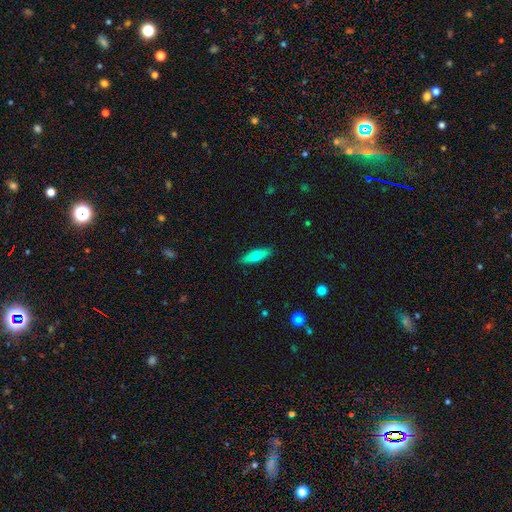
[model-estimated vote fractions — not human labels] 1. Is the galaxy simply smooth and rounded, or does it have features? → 63% smooth, 31% featured or disk, 6% star or artifact.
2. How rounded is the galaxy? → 68% cigar-shaped, 30% in between, 2% round.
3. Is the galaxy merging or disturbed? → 89% none, 8% minor disturbance, 2% major disturbance, 1% merger.